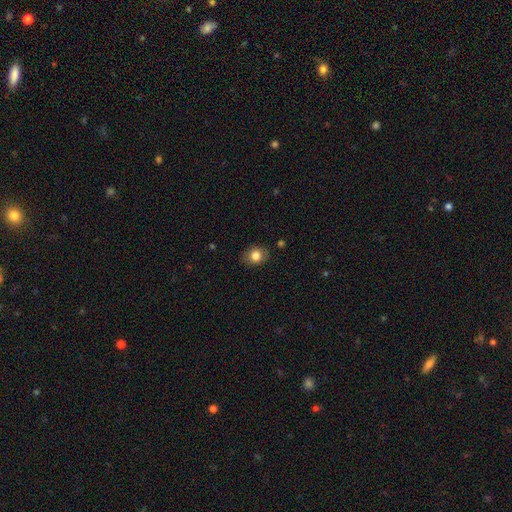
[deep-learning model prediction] smooth 81%, star or artifact 10%, featured or disk 9%. Down the decision tree: how rounded — round (59%); merging — none (84%).